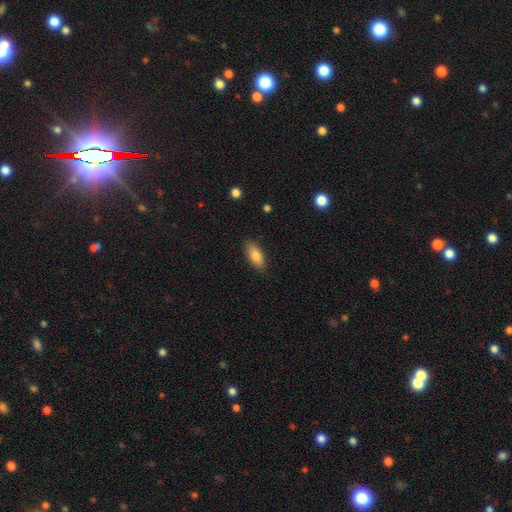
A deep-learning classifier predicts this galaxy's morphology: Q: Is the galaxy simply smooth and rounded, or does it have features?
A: smooth — 80%.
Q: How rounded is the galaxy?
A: in between — 82%.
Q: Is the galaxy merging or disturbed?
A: none — 87%.